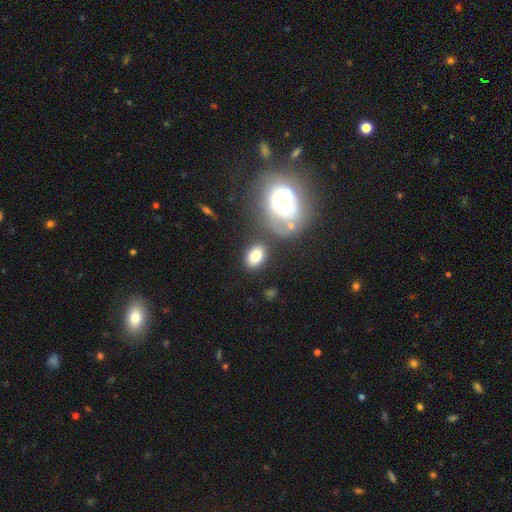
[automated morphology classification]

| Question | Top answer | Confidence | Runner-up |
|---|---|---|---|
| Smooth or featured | smooth | 80% | featured or disk (11%) |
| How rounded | in between | 78% | round (21%) |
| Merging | none | 70% | minor disturbance (13%) |